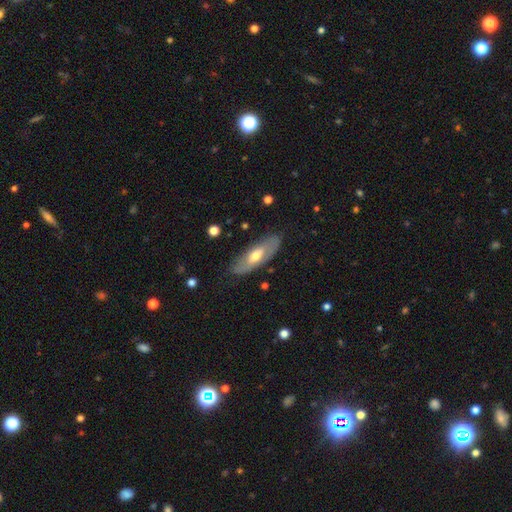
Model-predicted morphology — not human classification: type=featured or disk (48%); merging=none (78%).